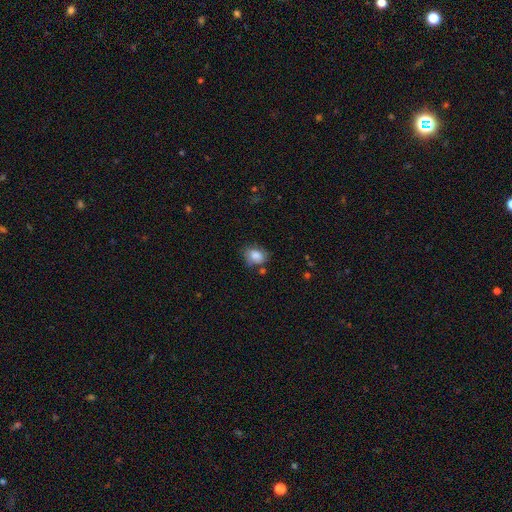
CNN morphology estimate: smooth 81%, featured or disk 10%, star or artifact 9%. Down the decision tree: how rounded — in between (57%); merging — none (62%).